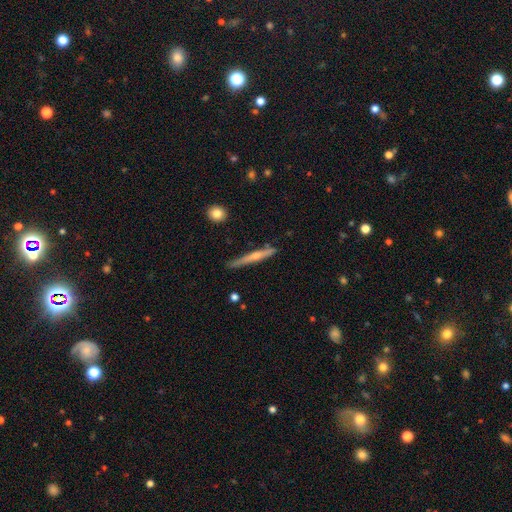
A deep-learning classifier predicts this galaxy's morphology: The model was most divided on "smooth or featured": featured or disk: 63%, smooth: 31%, star or artifact: 6%. More confident: edge-on disk — yes (96%); merging — none (81%); edge-on bulge — rounded (70%).